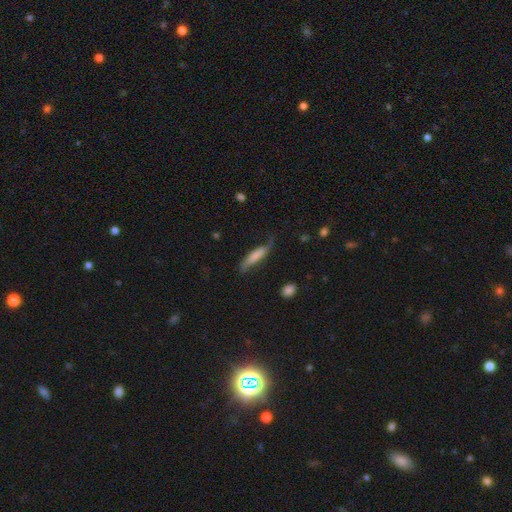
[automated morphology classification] Q: Smooth or featured?
A: smooth (59%); runner-up: featured or disk (35%)
Q: How rounded?
A: cigar-shaped (80%); runner-up: in between (18%)
Q: Merging?
A: none (55%); runner-up: minor disturbance (30%)